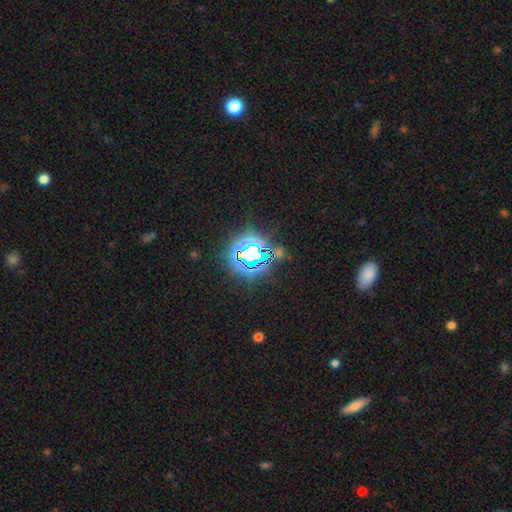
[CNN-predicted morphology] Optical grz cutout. It shows a star or artifact, not a galaxy (76%).